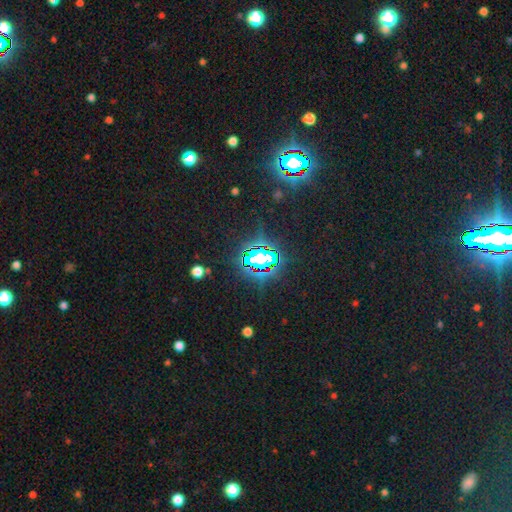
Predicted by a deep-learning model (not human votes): smooth_or_featured: star or artifact (p=0.80) [alt: smooth p=0.12]